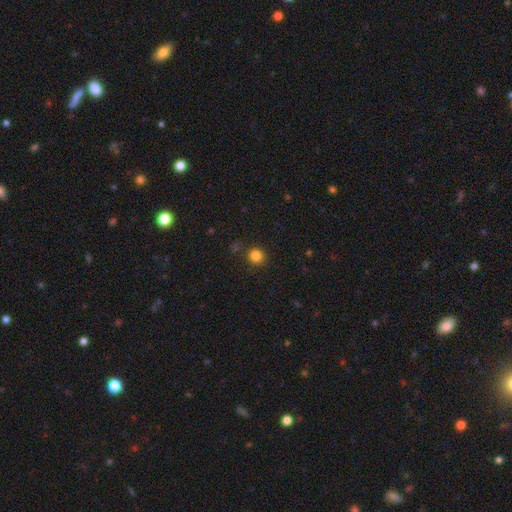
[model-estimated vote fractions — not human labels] smooth-or-featured: smooth: 83% | star or artifact: 13% | featured or disk: 4%
  how-rounded: round: 88% | in between: 11% | cigar-shaped: 1%
  merging: none: 86% | minor disturbance: 8% | merger: 3% | major disturbance: 3%